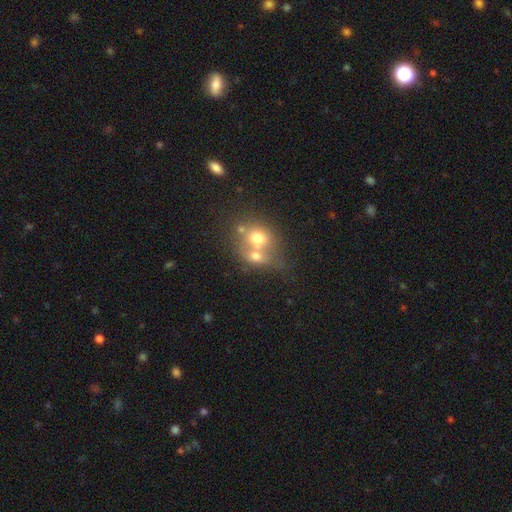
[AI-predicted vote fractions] Overall: smooth (64%). How rounded: round (58%; in between 41%). Merging: merger (65%).